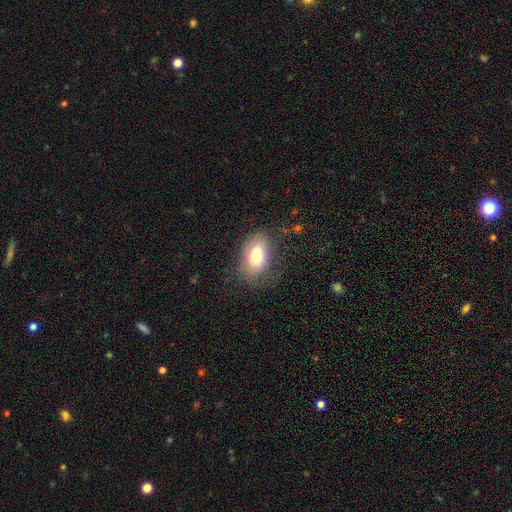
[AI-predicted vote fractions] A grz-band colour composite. It shows a smooth galaxy with no disk features (70%) that is in between round and cigar-shaped (89%). Merging: none (63%).